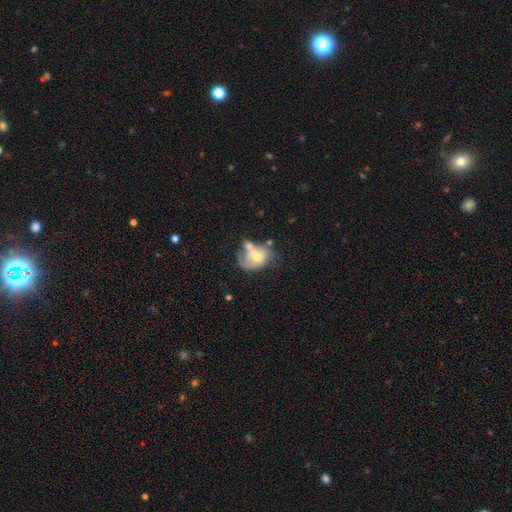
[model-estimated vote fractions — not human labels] Overall: featured or disk (55%; smooth 37%). Edge-on disk: no (96%). Bar: no (65%; weak 27%). Spiral arms: yes (55%; no 45%). Bulge size: moderate (60%; small 32%). Merging: merger (32%; major disturbance 24%).